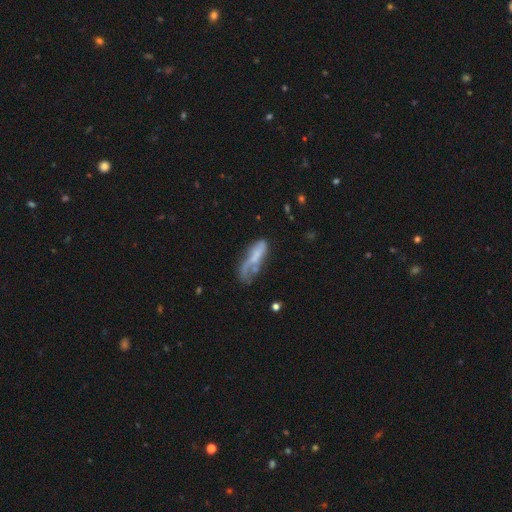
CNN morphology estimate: smooth_or_featured: smooth (p=0.46) [alt: featured or disk p=0.45]
merging: major disturbance (p=0.35) [alt: none p=0.29]